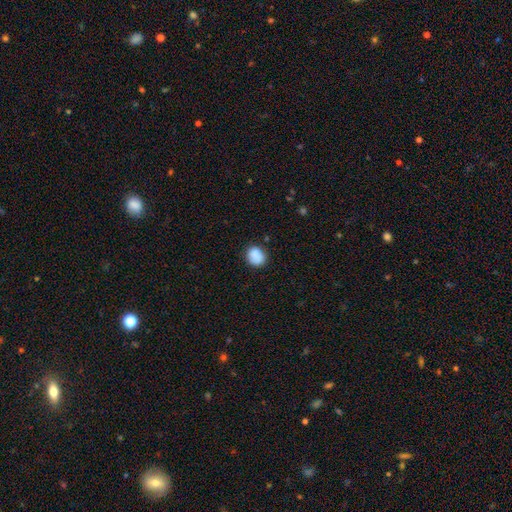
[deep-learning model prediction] A smooth galaxy with no disk features (87%) that is round (74%).

Vote fractions:
- Smooth or featured? smooth: 87% / star or artifact: 8% / featured or disk: 5%
- How rounded? round: 74% / in between: 25% / cigar-shaped: 1%
- Merging? none: 79% / minor disturbance: 15% / major disturbance: 3% / merger: 3%